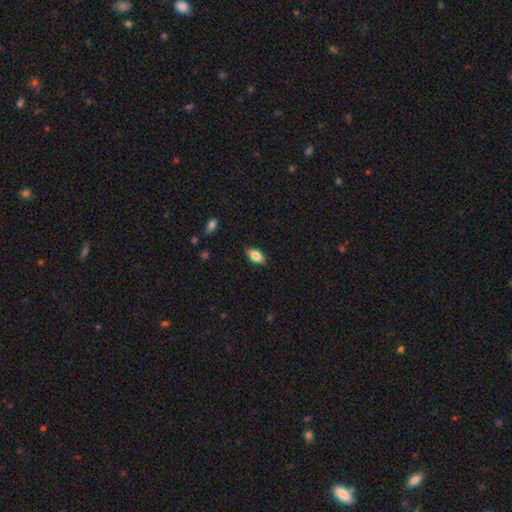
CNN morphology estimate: Smooth or featured? Predicted: smooth (p=0.84). How rounded? Predicted: in between (p=0.91). Merging? Predicted: none (p=0.85).